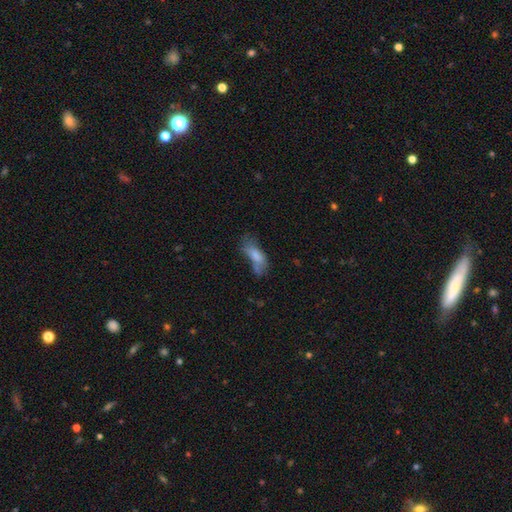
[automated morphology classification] Q: Smooth or featured?
A: smooth (71%); runner-up: featured or disk (20%)
Q: How rounded?
A: in between (75%); runner-up: cigar-shaped (21%)
Q: Merging?
A: none (30%); runner-up: minor disturbance (24%)